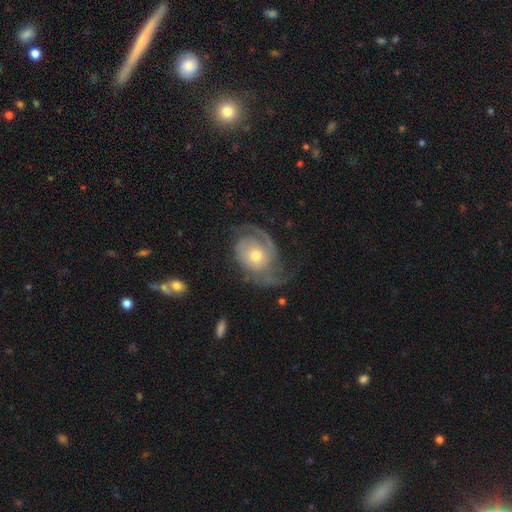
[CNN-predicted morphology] Smooth or featured? Predicted: featured or disk (p=0.83). Edge-on disk? Predicted: no (p=0.97). Bar? Predicted: no (p=0.75). Spiral arms? Predicted: yes (p=0.94). Spiral winding? Predicted: tight (p=0.42). Spiral arm count? Predicted: 2 (p=0.51). Bulge size? Predicted: moderate (p=0.61). Merging? Predicted: none (p=0.55).